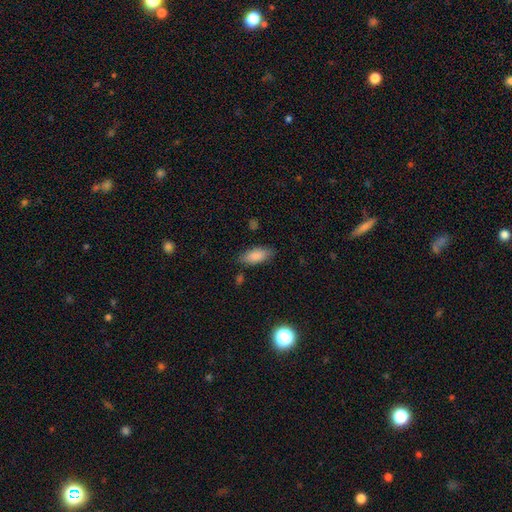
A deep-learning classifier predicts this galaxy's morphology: Smooth or featured?
  - smooth: 86% *
  - star or artifact: 7%
  - featured or disk: 7%
How rounded?
  - in between: 84% *
  - cigar-shaped: 14%
  - round: 2%
Merging?
  - none: 80% *
  - minor disturbance: 14%
  - major disturbance: 3%
  - merger: 2%